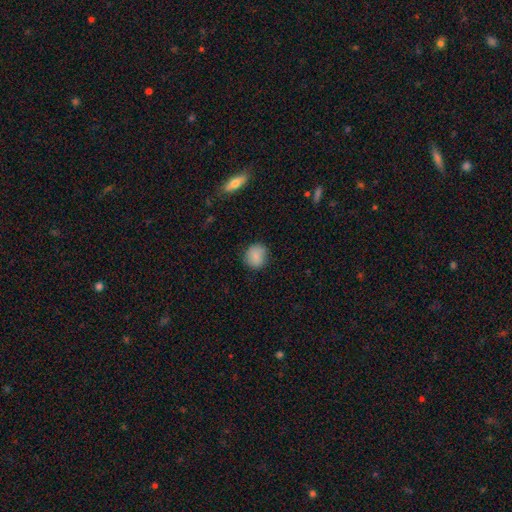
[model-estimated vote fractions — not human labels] Smooth or featured? Predicted: smooth (p=0.85). How rounded? Predicted: round (p=0.83). Merging? Predicted: none (p=0.84).